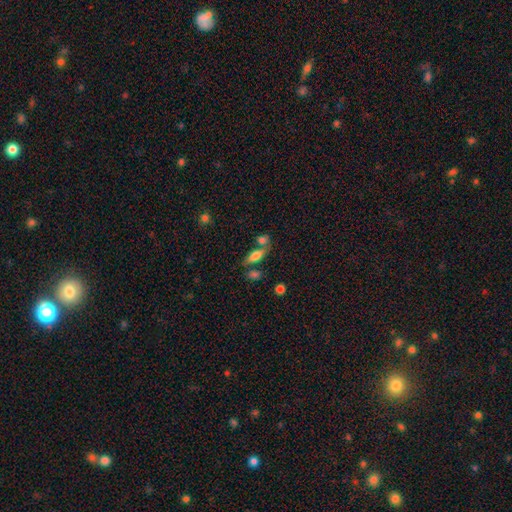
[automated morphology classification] A smooth galaxy with no disk features (69%) that is in between round and cigar-shaped (68%). Merging: none (56%).